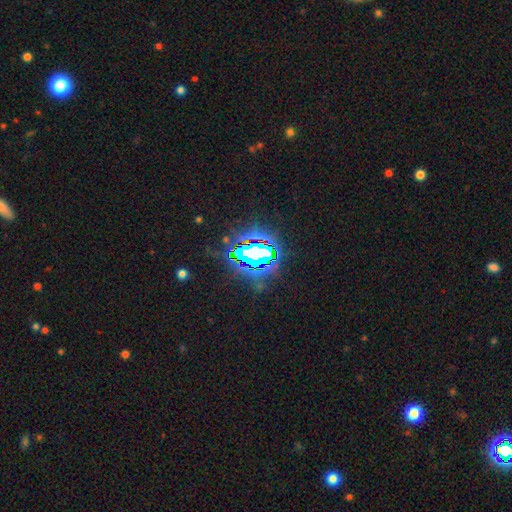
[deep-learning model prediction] Morphology: type=star or artifact (75%).